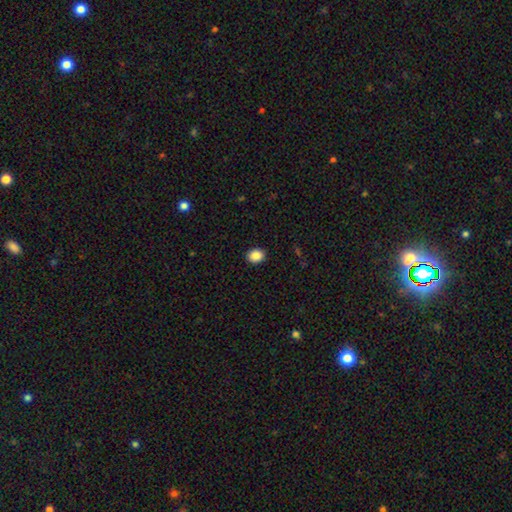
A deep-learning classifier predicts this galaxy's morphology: This is clearly a smooth galaxy (88%). How rounded: possibly round (56%). Merging: clearly none (91%).